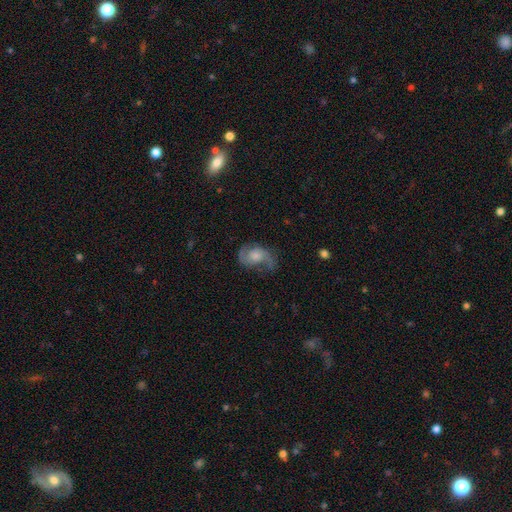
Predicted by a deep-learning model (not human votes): Smooth or featured? Predicted: featured or disk (p=0.72). Edge-on disk? Predicted: no (p=0.97). Bar? Predicted: no (p=0.70). Spiral arms? Predicted: yes (p=0.91). Spiral winding? Predicted: medium (p=0.44). Spiral arm count? Predicted: 2 (p=0.84). Bulge size? Predicted: moderate (p=0.38). Merging? Predicted: none (p=0.54).